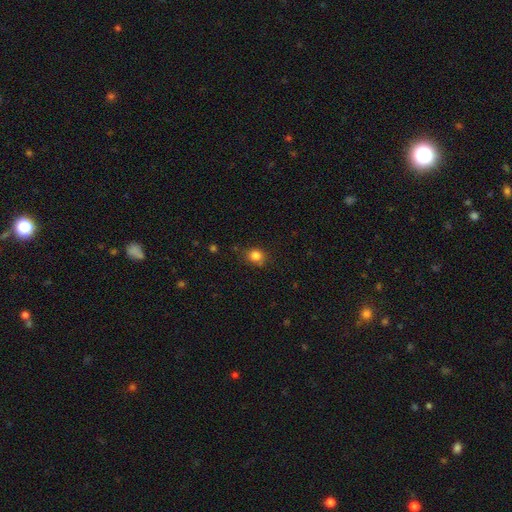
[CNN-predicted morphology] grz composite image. It shows a smooth galaxy with no disk features (82%) that is round (68%). Merging: none (75%).